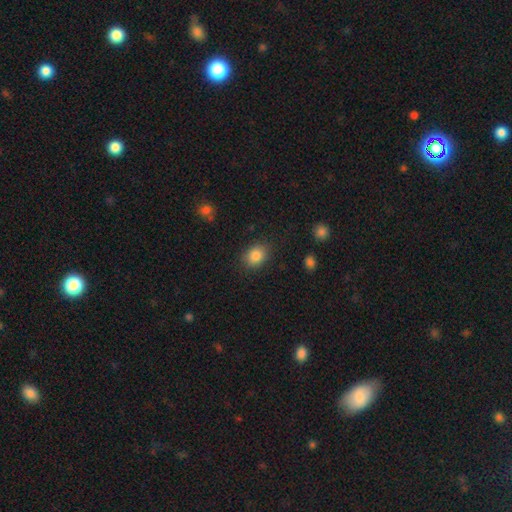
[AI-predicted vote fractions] Smooth or featured? smooth (85%)
How rounded? in between (60%)
Merging? none (84%)